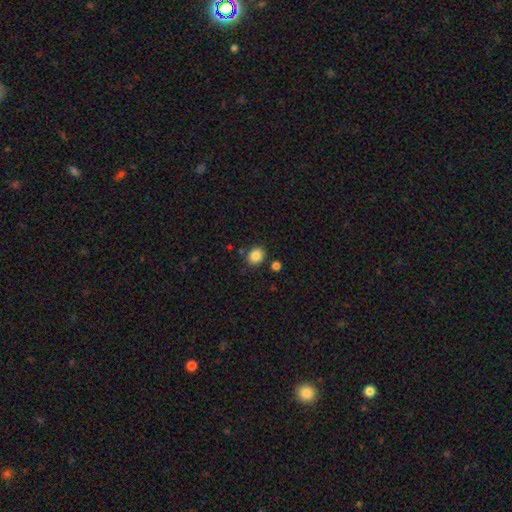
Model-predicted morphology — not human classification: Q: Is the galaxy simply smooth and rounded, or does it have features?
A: smooth — 86%.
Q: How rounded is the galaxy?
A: round — 64%.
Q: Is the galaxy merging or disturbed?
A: none — 83%.